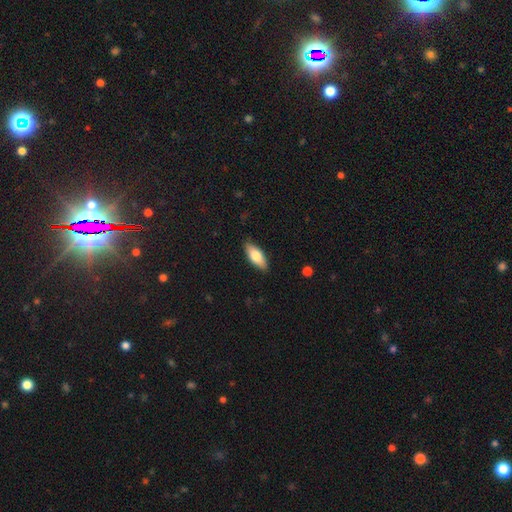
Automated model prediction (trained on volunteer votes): smooth 72%, featured or disk 22%, star or artifact 6%. Down the decision tree: how rounded — in between (78%); merging — none (87%).